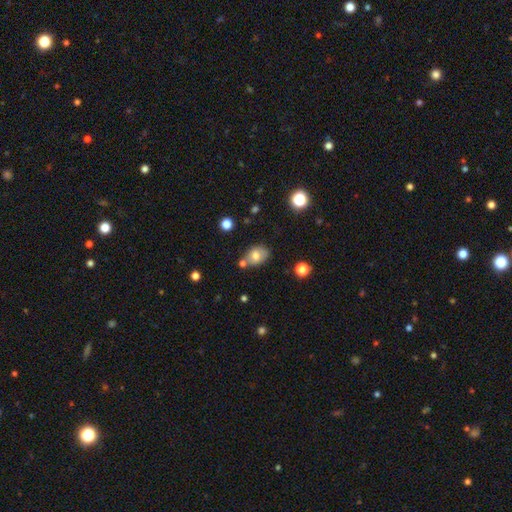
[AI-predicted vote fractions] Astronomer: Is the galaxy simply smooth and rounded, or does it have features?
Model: smooth — 70%.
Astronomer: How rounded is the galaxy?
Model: in between — 75%.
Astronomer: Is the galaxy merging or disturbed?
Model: none — 64%.